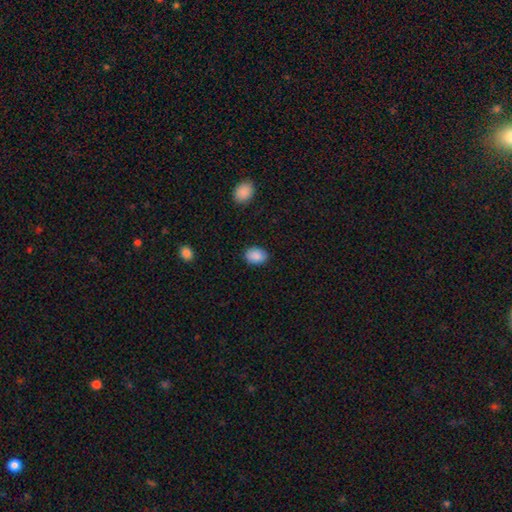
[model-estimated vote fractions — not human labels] Smooth or featured?
  - smooth: 89% *
  - star or artifact: 7%
  - featured or disk: 3%
How rounded?
  - in between: 76% *
  - round: 23%
  - cigar-shaped: 1%
Merging?
  - none: 86% *
  - minor disturbance: 10%
  - major disturbance: 2%
  - merger: 1%